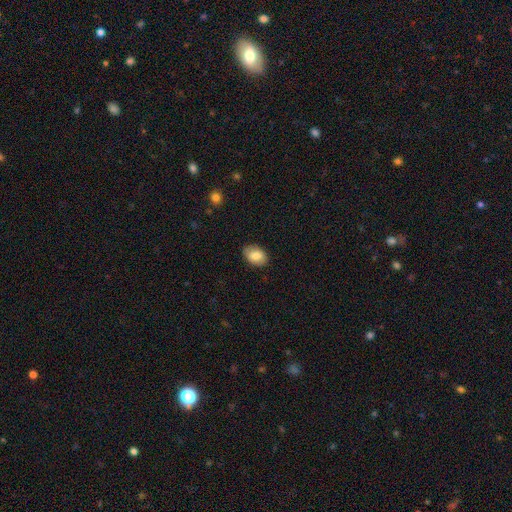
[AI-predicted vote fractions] Smooth or featured: smooth — 83% (featured or disk — 10%)
How rounded: in between — 85% (round — 13%)
Merging: none — 85% (minor disturbance — 12%)